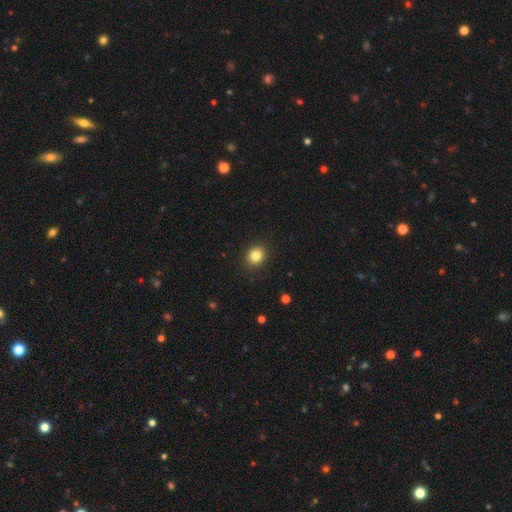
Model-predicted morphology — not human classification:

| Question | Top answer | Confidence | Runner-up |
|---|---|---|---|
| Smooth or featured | smooth | 84% | star or artifact (11%) |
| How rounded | round | 75% | in between (25%) |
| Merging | none | 91% | minor disturbance (6%) |